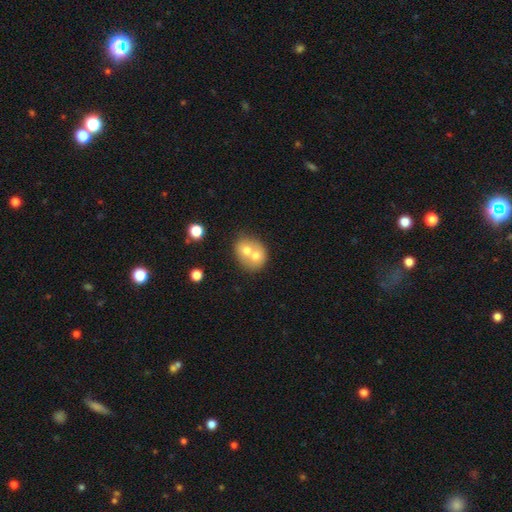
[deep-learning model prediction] The model was most divided on "how rounded": round: 62%, in between: 37%, cigar-shaped: 1%. More confident: merging — merger (70%); smooth or featured — smooth (63%).